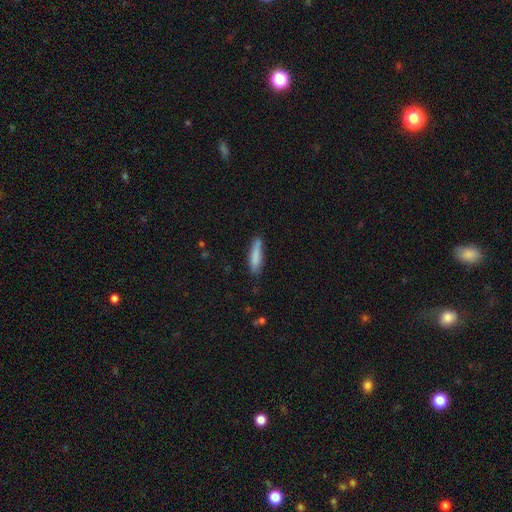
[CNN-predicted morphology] smooth_or_featured: smooth (p=0.83) [alt: featured or disk p=0.11]
how_rounded: cigar-shaped (p=0.76) [alt: in between p=0.22]
merging: none (p=0.75) [alt: minor disturbance p=0.19]